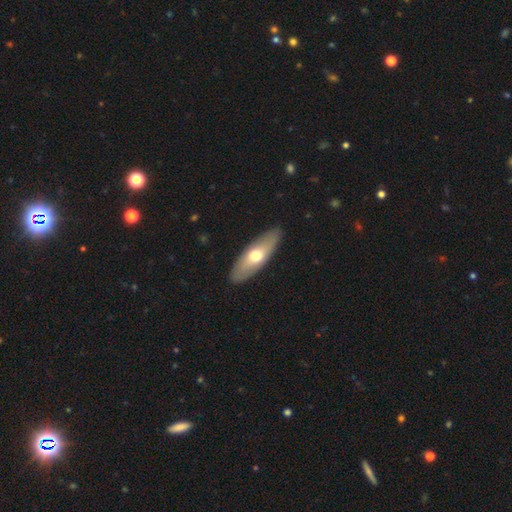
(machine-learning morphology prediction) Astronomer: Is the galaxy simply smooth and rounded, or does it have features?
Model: smooth — 57% (runner-up: featured or disk, 38%).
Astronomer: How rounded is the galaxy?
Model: in between — 60% (runner-up: cigar-shaped, 37%).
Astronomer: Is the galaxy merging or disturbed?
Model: none — 89%.